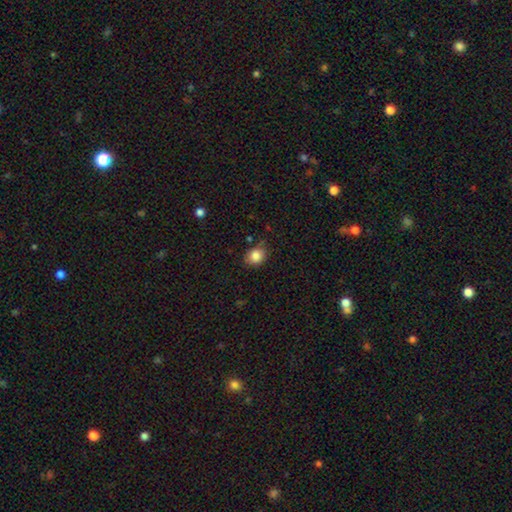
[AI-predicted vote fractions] Smooth or featured? smooth (85%)
How rounded? round (58%)
Merging? none (77%)